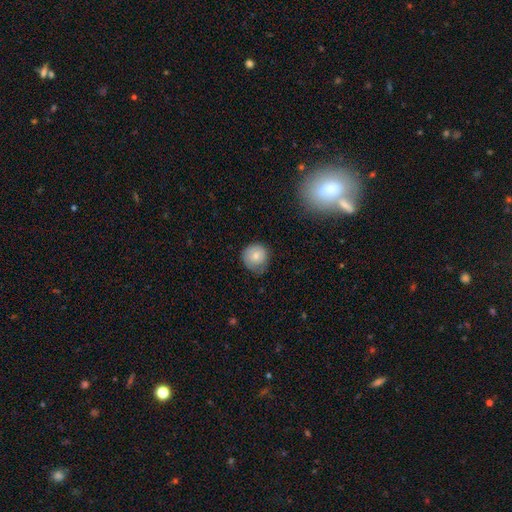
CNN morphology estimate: Smooth or featured? smooth (77%)
How rounded? round (89%)
Merging? none (66%)